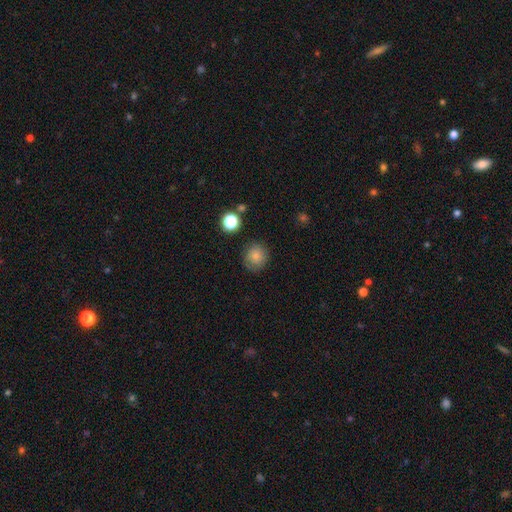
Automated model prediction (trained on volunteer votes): smooth-or-featured: smooth: 81% | star or artifact: 11% | featured or disk: 9%
  how-rounded: round: 87% | in between: 12% | cigar-shaped: 1%
  merging: none: 81% | minor disturbance: 13% | major disturbance: 4% | merger: 2%